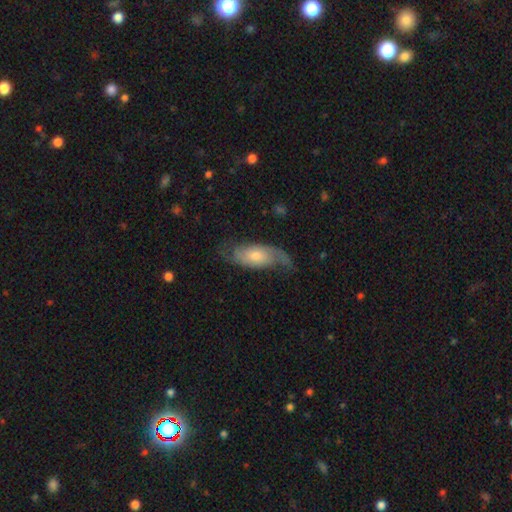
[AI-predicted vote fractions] smooth-or-featured: featured or disk: 66% | smooth: 28% | star or artifact: 6%
  disk-edge-on: no: 88% | yes: 12%
    bar: no: 68% | weak: 26% | strong: 6%
    has-spiral-arms: yes: 90% | no: 10%
      spiral-winding: loose: 45% | medium: 37% | tight: 18%
      spiral-arm-count: 2: 79% | can't tell: 10% | 1: 7% | 3: 2% | 4: 1% | more than 4: 1%
    bulge-size: moderate: 49% | small: 38% | large: 8% | none: 4% | dominant: 2%
  merging: none: 62% | minor disturbance: 23% | major disturbance: 14% | merger: 2%